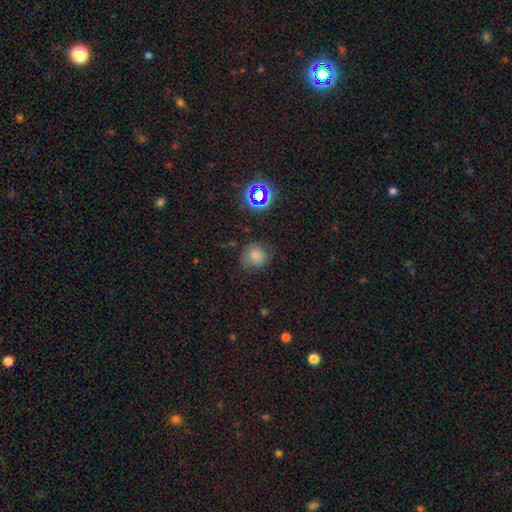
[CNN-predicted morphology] The model was most divided on "merging": none: 68%, minor disturbance: 22%, major disturbance: 8%, merger: 2%. More confident: how rounded — round (83%); smooth or featured — smooth (70%).